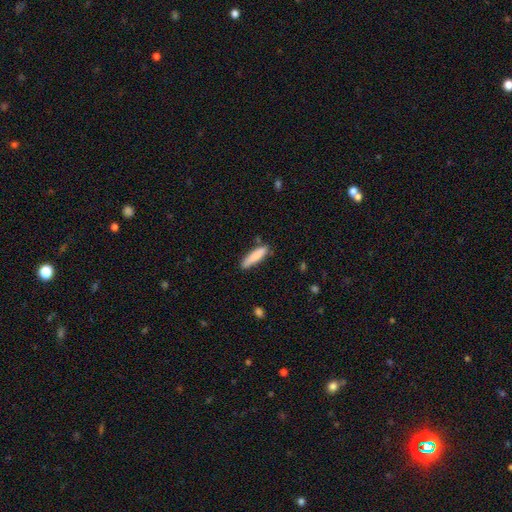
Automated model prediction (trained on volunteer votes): This is clearly a smooth galaxy (84%). How rounded: likely cigar-shaped (76%). Merging: likely none (79%).